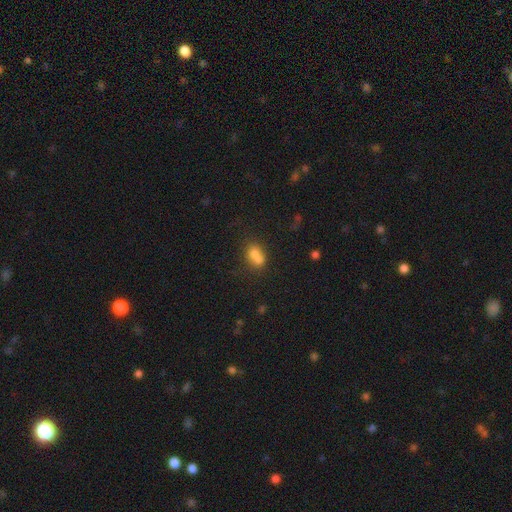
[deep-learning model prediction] Overall: smooth (71%). How rounded: in between (61%; round 37%). Merging: merger (53%; none 30%).